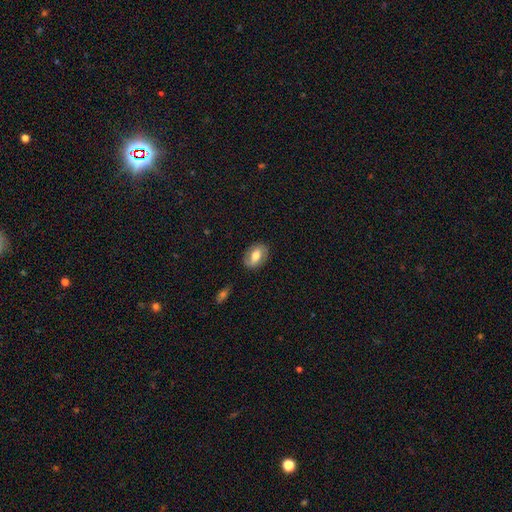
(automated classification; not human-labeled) Smooth or featured? smooth (56%)
How rounded? in between (81%)
Merging? none (82%)